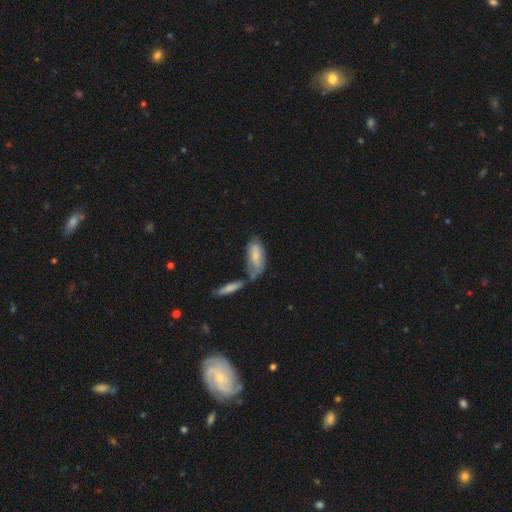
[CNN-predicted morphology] This is possibly a smooth galaxy (60%). How rounded: likely in between (78%). Merging: marginally none (38%).